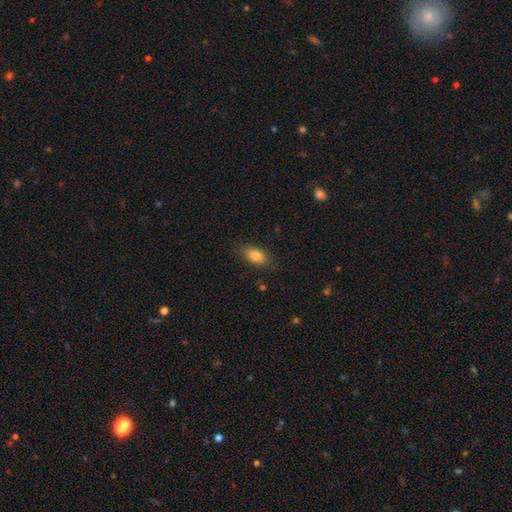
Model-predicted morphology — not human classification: smooth 83%, featured or disk 9%, star or artifact 8%. Down the decision tree: how rounded — in between (88%); merging — none (84%).